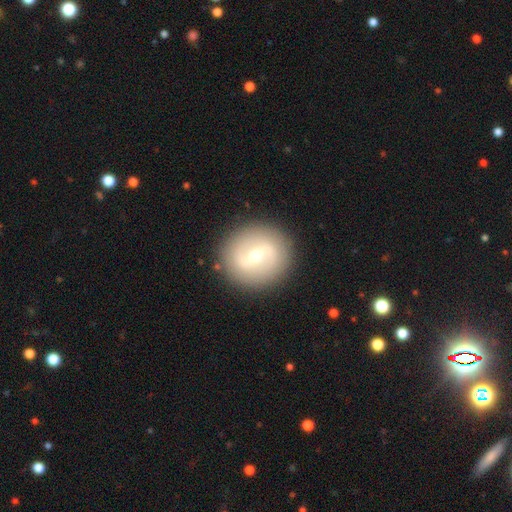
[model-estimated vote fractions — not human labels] Smooth or featured? featured or disk (67%)
Edge-on disk? no (96%)
Bar? weak (48%)
Spiral arms? yes (71%)
Bulge size? small (51%)
Merging? none (89%)